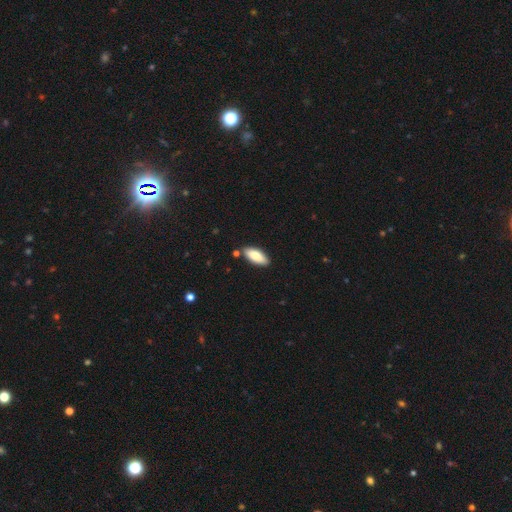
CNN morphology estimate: smooth-or-featured: smooth: 78% | featured or disk: 16% | star or artifact: 6%
  how-rounded: in between: 82% | cigar-shaped: 16% | round: 2%
  merging: none: 86% | minor disturbance: 9% | merger: 3% | major disturbance: 2%